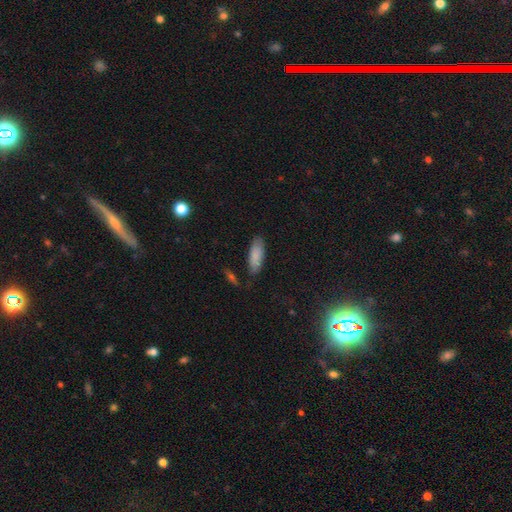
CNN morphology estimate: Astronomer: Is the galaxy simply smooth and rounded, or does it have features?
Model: smooth — 84%.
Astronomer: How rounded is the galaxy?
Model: in between — 68%.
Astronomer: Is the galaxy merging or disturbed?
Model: none — 77%.